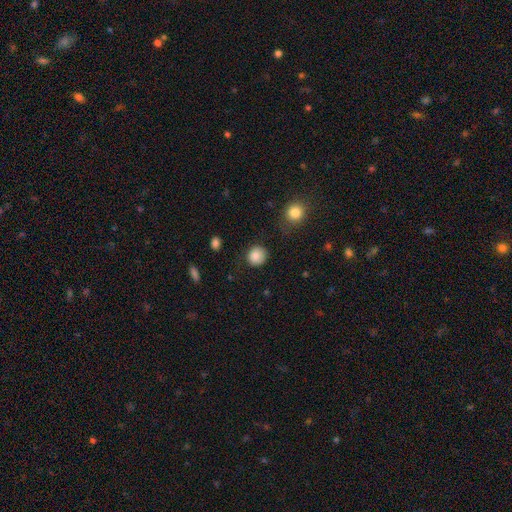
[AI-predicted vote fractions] A smooth galaxy with no disk features (86%) that is round (88%). Merging: none (82%).